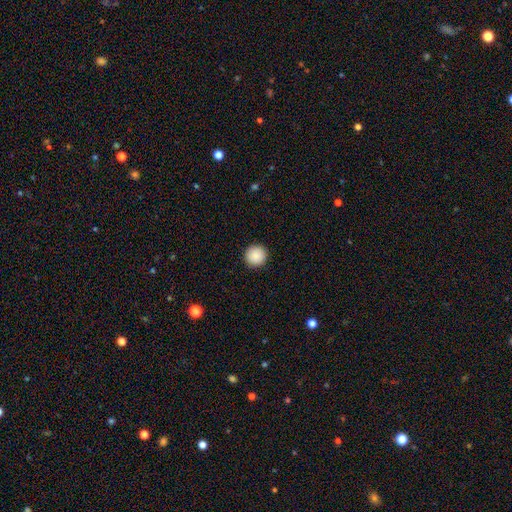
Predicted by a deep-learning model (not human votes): A smooth galaxy with no disk features (89%) that is round (96%). Merging: none (93%).